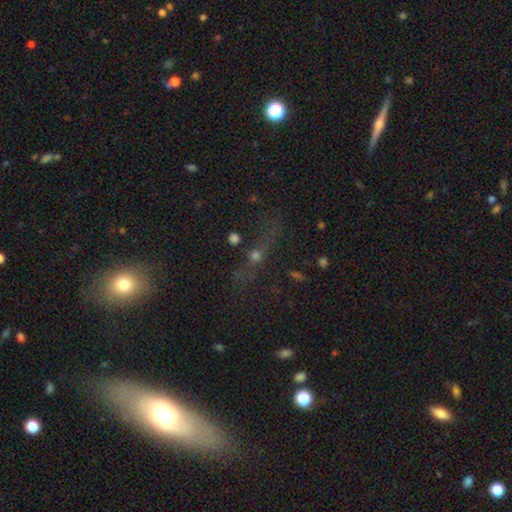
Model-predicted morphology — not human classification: A smooth galaxy with no disk features (35%, tied with star or artifact).

Vote fractions:
- Smooth or featured? smooth: 35% (tied) / star or artifact: 35% (tied) / featured or disk: 30%
- Merging? none: 57% / major disturbance: 17% / minor disturbance: 16% / merger: 11%